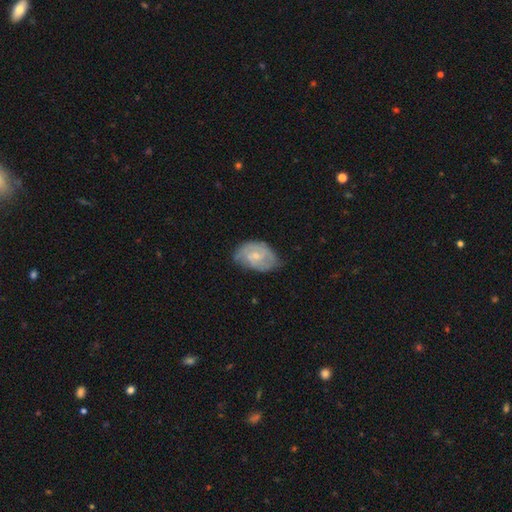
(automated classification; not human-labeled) Smooth or featured?
  - featured or disk: 68% *
  - smooth: 26%
  - star or artifact: 6%
Edge-on disk?
  - no: 97% *
  - yes: 3%
Bar?
  - no: 52% *
  - weak: 42%
  - strong: 6%
Spiral arms?
  - yes: 86% *
  - no: 14%
Spiral winding?
  - tight: 48% *
  - medium: 39%
  - loose: 12%
Spiral arm count?
  - 2: 60% *
  - can't tell: 24%
  - 3: 8%
  - 1: 4%
  - 4: 2%
  - more than 4: 2%
Bulge size?
  - small: 58% *
  - moderate: 35%
  - none: 4%
  - large: 1%
  - dominant: 1%
Merging?
  - none: 60% *
  - minor disturbance: 31%
  - major disturbance: 8%
  - merger: 2%